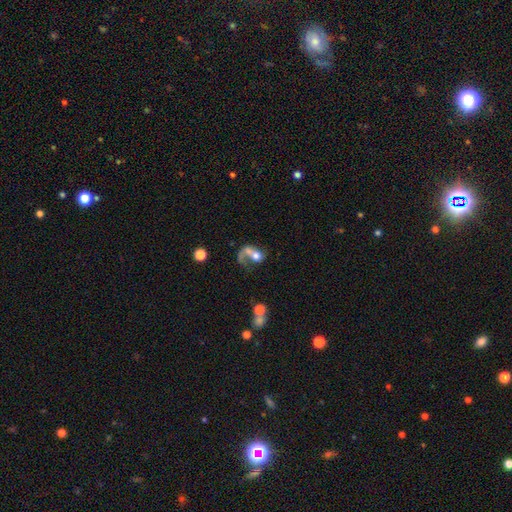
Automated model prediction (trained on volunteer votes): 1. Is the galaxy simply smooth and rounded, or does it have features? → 47% featured or disk, 42% smooth, 11% star or artifact.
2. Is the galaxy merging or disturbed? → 36% major disturbance, 34% merger, 20% none, 10% minor disturbance.